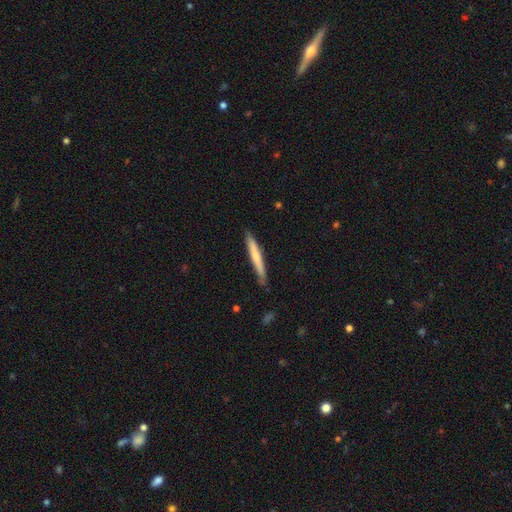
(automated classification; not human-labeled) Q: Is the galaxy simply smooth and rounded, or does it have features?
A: smooth — 56%.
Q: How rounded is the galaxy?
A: cigar-shaped — 96%.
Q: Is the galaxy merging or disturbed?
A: none — 81%.